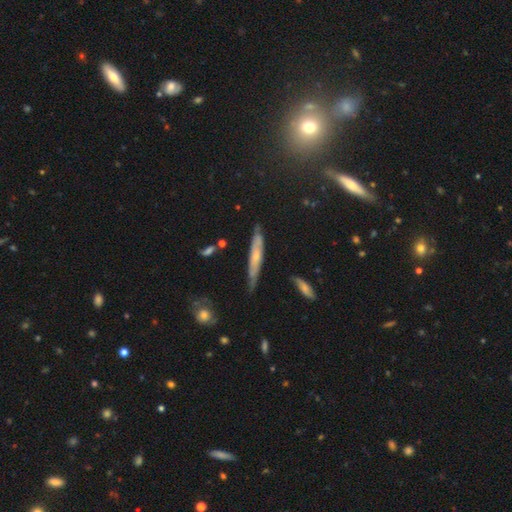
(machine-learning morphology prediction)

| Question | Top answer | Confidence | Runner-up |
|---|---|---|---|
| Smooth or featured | featured or disk | 51% | smooth (41%) |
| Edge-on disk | yes | 73% | no (27%) |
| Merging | none | 63% | minor disturbance (27%) |